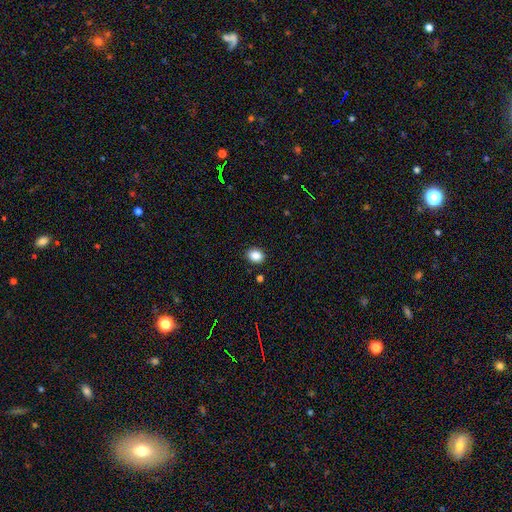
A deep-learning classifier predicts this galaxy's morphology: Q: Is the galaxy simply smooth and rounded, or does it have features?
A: smooth — 87%.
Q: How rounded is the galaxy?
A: in between — 55%.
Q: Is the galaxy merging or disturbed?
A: none — 89%.